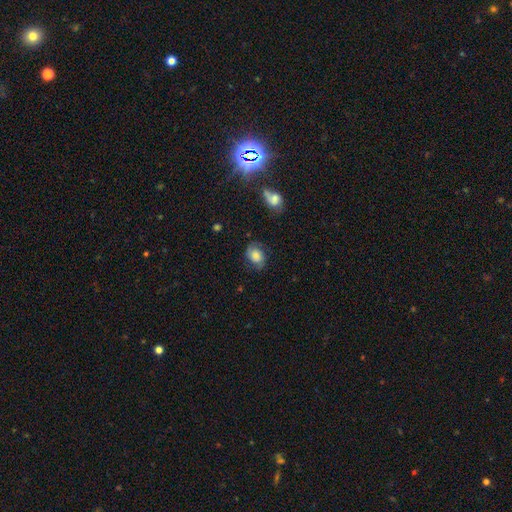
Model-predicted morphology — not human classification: This is possibly a smooth galaxy (56%). How rounded: likely in between (61%). Merging: likely none (65%).